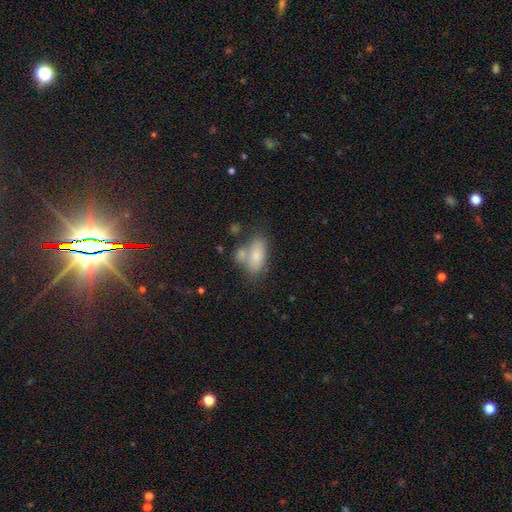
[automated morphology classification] Smooth or featured? smooth (78%)
How rounded? in between (87%)
Merging? none (48%)